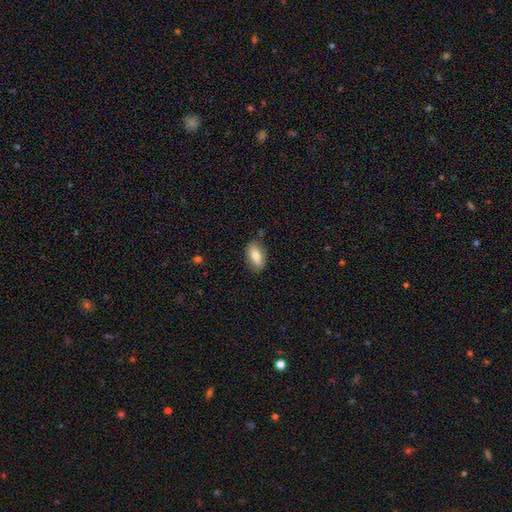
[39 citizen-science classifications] Volunteers were most divided on "smooth or featured": smooth: 82%, featured or disk: 15%, star or artifact: 3%. More confident: merging — none (92%); how rounded — in between (84%).